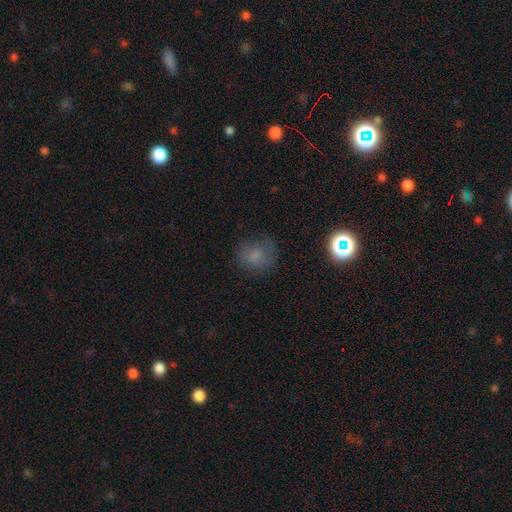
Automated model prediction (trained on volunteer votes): This appears to be a smooth galaxy with no disk features (69%) that is round (71%). Merging: none (67%).